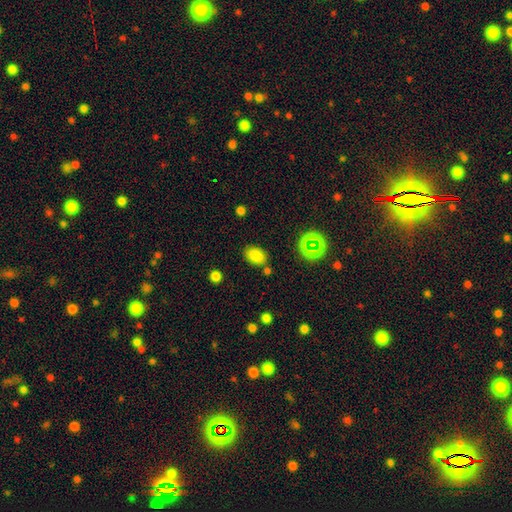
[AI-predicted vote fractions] A smooth galaxy with no disk features (80%) that is in between round and cigar-shaped (80%). Merging: none (78%).